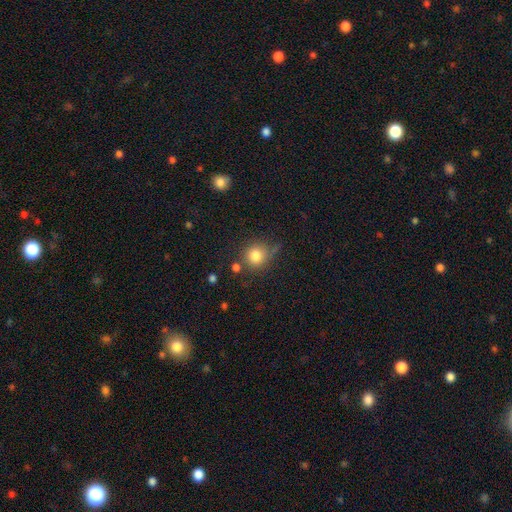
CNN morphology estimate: Smooth or featured? Predicted: smooth (p=0.80). How rounded? Predicted: round (p=0.88). Merging? Predicted: none (p=0.67).